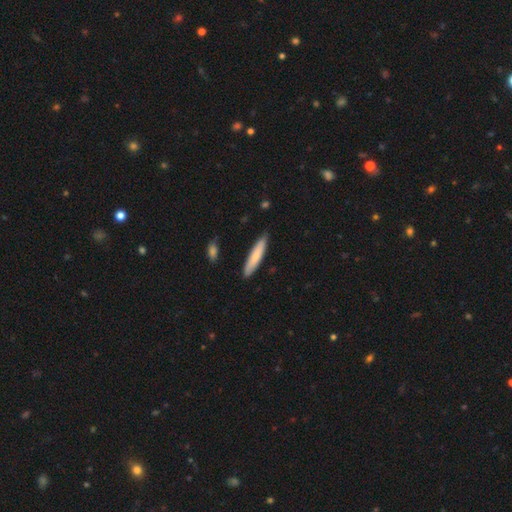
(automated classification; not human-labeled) Q: Smooth or featured?
A: smooth (79%); runner-up: featured or disk (16%)
Q: How rounded?
A: cigar-shaped (88%); runner-up: in between (11%)
Q: Merging?
A: none (86%); runner-up: minor disturbance (11%)